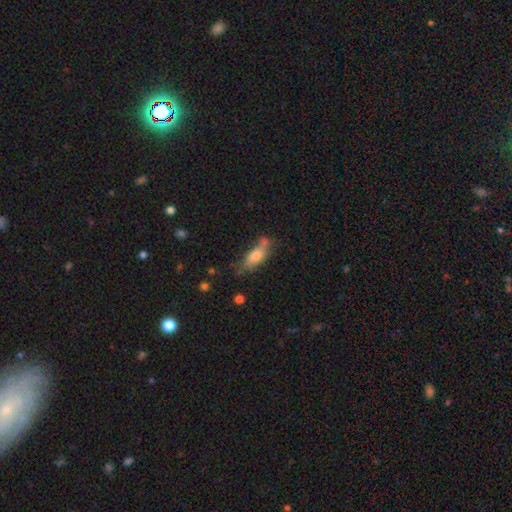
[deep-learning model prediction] Overall: smooth (70%). How rounded: in between (64%; cigar-shaped 33%). Merging: none (45%; minor disturbance 28%).